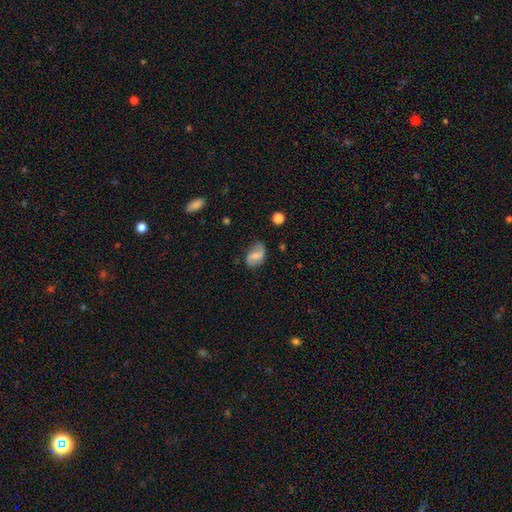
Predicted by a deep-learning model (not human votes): Q: Smooth or featured?
A: smooth (46%); runner-up: featured or disk (45%)
Q: Merging?
A: none (64%); runner-up: minor disturbance (25%)